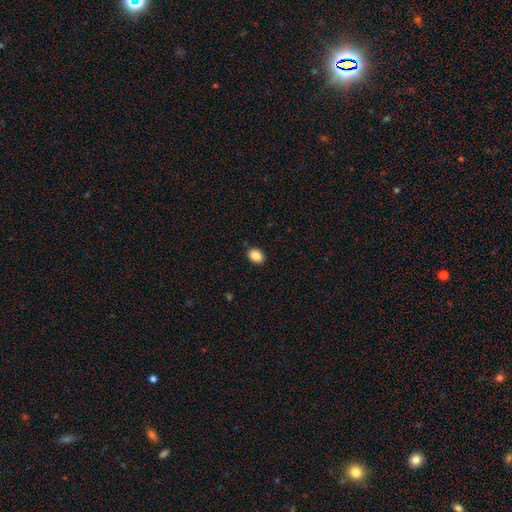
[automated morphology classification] A smooth galaxy with no disk features (88%) that is in between round and cigar-shaped (64%).

Vote fractions:
- Smooth or featured? smooth: 88% / star or artifact: 8% / featured or disk: 3%
- How rounded? in between: 64% / round: 35% / cigar-shaped: 1%
- Merging? none: 88% / minor disturbance: 9% / major disturbance: 2% / merger: 1%